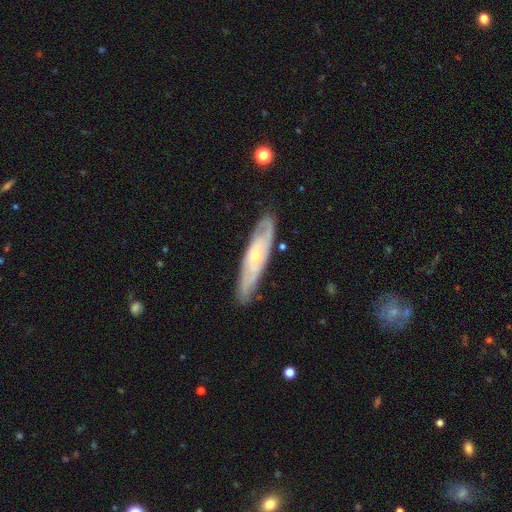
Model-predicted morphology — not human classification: featured or disk 68%, smooth 26%, star or artifact 6%. Down the decision tree: edge-on disk — no (60%); merging — none (81%).